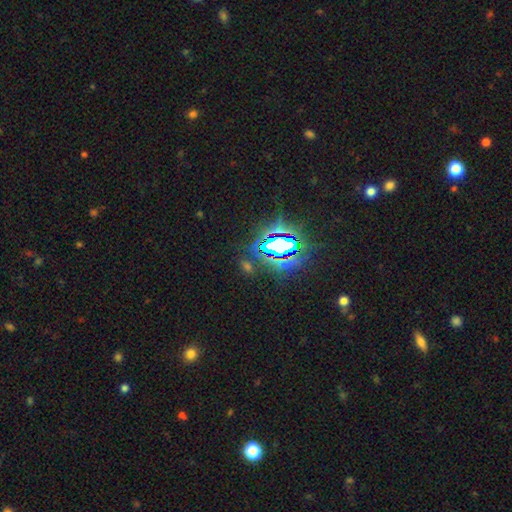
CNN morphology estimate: Smooth or featured: star or artifact — 83% (smooth — 10%)